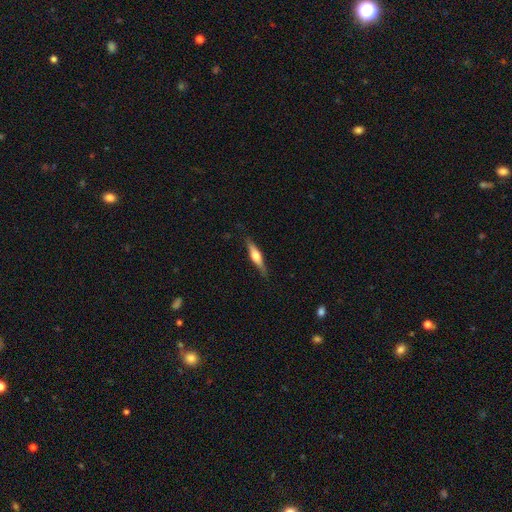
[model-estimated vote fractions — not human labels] This is possibly a featured or disk galaxy (55%). It is clearly viewed edge-on (96%). Edge-on bulge: clearly rounded (90%). Merging: clearly none (86%).